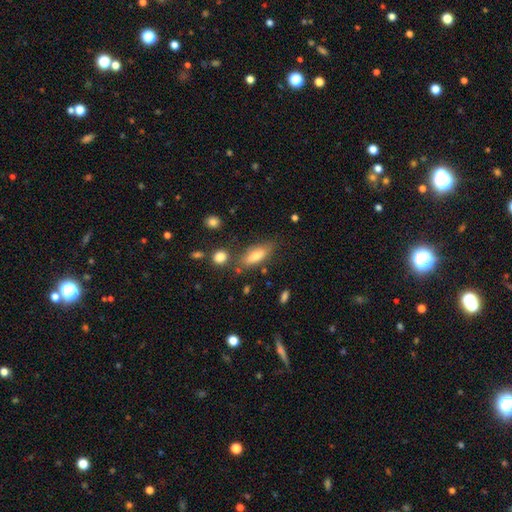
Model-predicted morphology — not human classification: Smooth or featured? Predicted: smooth (p=0.74). How rounded? Predicted: in between (p=0.68). Merging? Predicted: none (p=0.72).